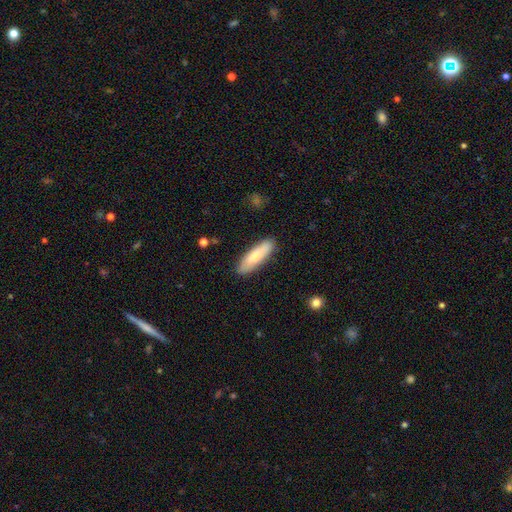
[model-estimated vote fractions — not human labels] Smooth or featured? smooth (78%)
How rounded? cigar-shaped (56%)
Merging? none (87%)